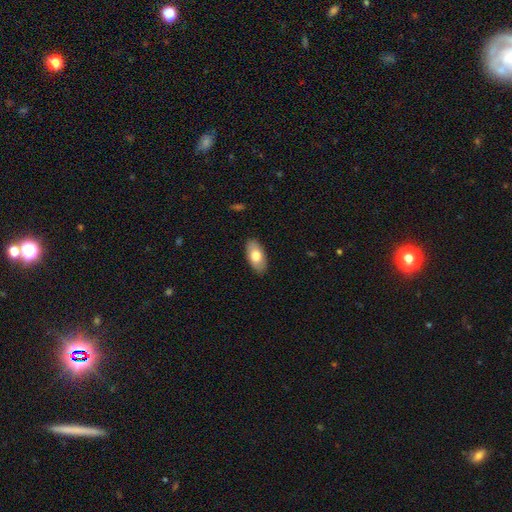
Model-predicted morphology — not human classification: Smooth or featured? Predicted: smooth (p=0.74). How rounded? Predicted: in between (p=0.93). Merging? Predicted: none (p=0.88).